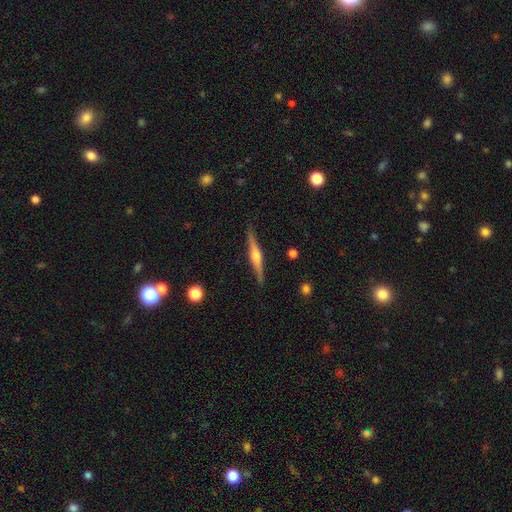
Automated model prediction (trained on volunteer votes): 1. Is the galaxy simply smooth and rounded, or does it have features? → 77% featured or disk, 18% smooth, 6% star or artifact.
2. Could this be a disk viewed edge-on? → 98% yes, 2% no.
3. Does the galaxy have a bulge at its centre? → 88% rounded, 8% boxy, 4% none.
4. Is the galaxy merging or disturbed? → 89% none, 8% minor disturbance, 2% major disturbance, 1% merger.